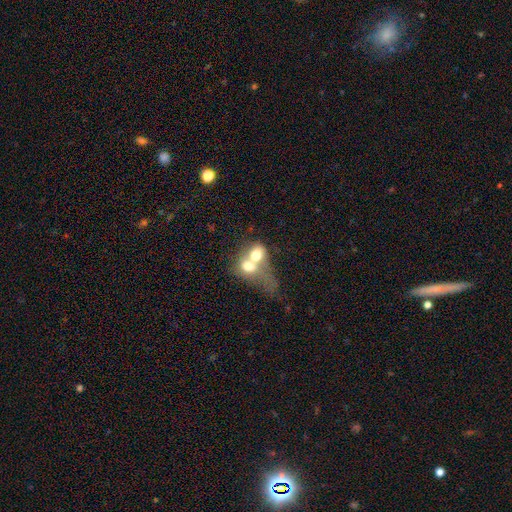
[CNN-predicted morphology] Smooth or featured?
  - smooth: 63% *
  - featured or disk: 28%
  - star or artifact: 9%
How rounded?
  - in between: 56% *
  - round: 42%
  - cigar-shaped: 2%
Merging?
  - merger: 80% *
  - none: 9%
  - major disturbance: 6%
  - minor disturbance: 4%